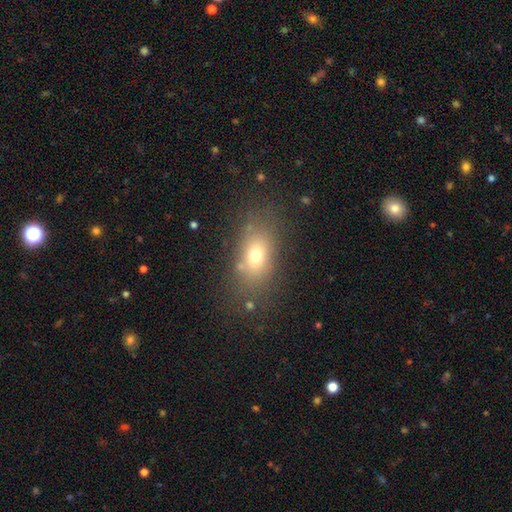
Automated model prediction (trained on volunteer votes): A smooth galaxy with no disk features (68%) that is in between round and cigar-shaped (76%).

Vote fractions:
- Smooth or featured? smooth: 68% / featured or disk: 17% / star or artifact: 15%
- How rounded? in between: 76% / round: 20% / cigar-shaped: 4%
- Merging? none: 75% / minor disturbance: 14% / major disturbance: 8% / merger: 3%